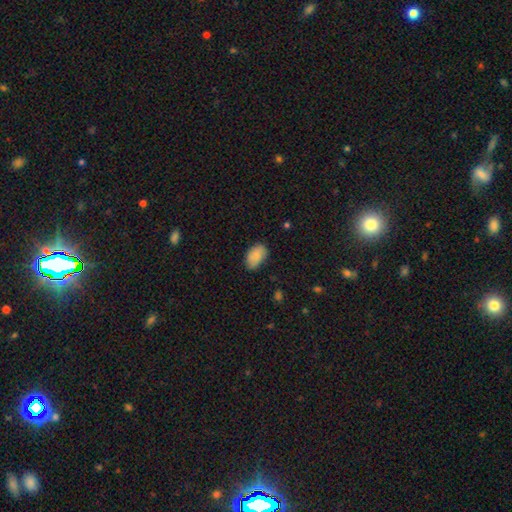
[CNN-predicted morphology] This appears to be a smooth galaxy with no disk features (84%) that is in between round and cigar-shaped (92%). Merging: none (73%).